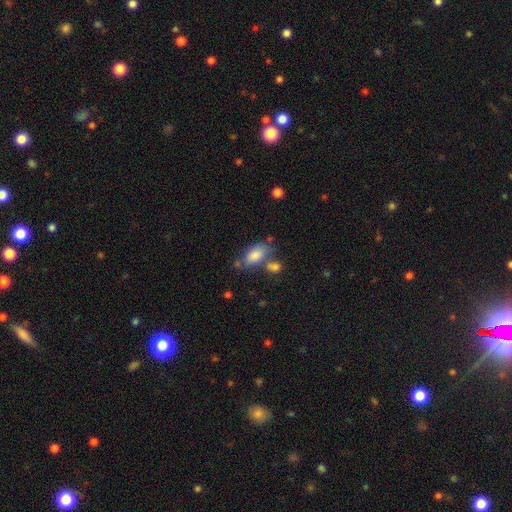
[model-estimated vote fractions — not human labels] smooth-or-featured: smooth: 82% | featured or disk: 10% | star or artifact: 8%
  how-rounded: in between: 91% | round: 5% | cigar-shaped: 4%
  merging: none: 52% | merger: 22% | minor disturbance: 18% | major disturbance: 8%